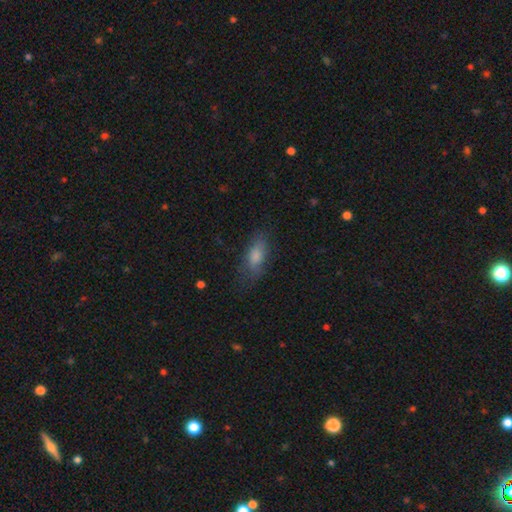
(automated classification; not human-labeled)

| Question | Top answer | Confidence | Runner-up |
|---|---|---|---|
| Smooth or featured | smooth | 70% | featured or disk (20%) |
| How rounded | in between | 68% | cigar-shaped (28%) |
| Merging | none | 73% | minor disturbance (19%) |